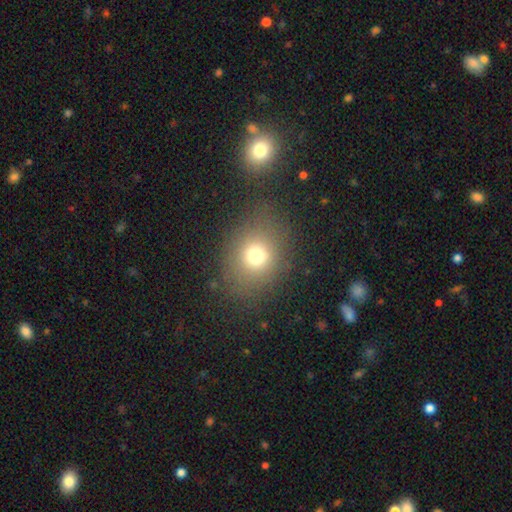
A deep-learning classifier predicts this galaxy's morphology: Smooth or featured? Predicted: smooth (p=0.71). How rounded? Predicted: round (p=0.64). Merging? Predicted: none (p=0.79).